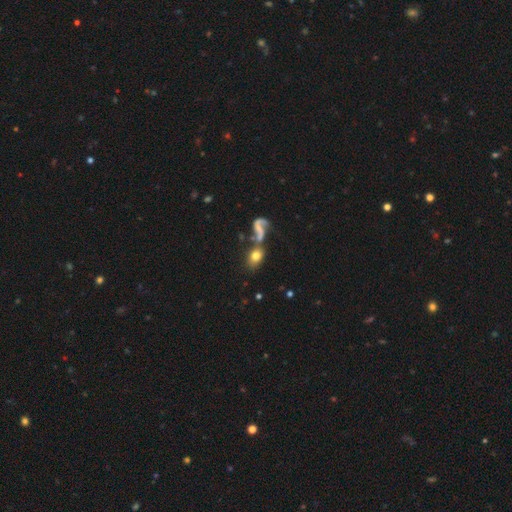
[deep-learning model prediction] smooth 67%, featured or disk 23%, star or artifact 10%. Down the decision tree: how rounded — in between (67%); merging — none (47%).